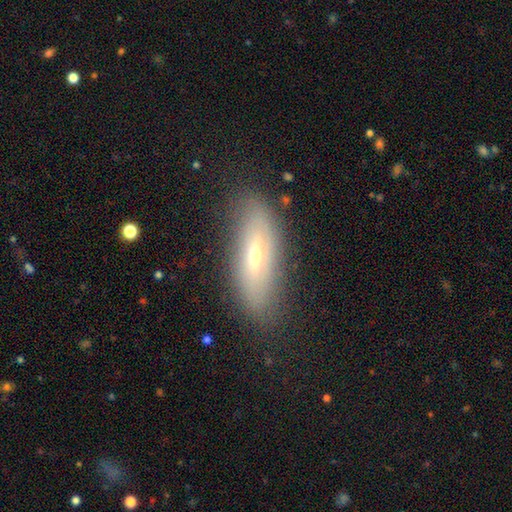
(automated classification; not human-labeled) A smooth galaxy with no disk features (47%).

Vote fractions:
- Smooth or featured? smooth: 47% / featured or disk: 43% / star or artifact: 10%
- Merging? none: 81% / minor disturbance: 13% / major disturbance: 4% / merger: 2%